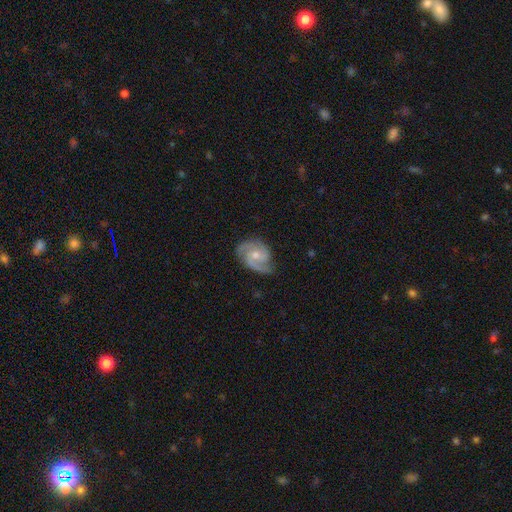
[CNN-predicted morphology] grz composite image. It shows a featured or disk galaxy (87%) with no bar (66%), 3 (46%) medium (48%) spiral arms (98%) and a moderate central bulge (57%). Merging: none (72%).